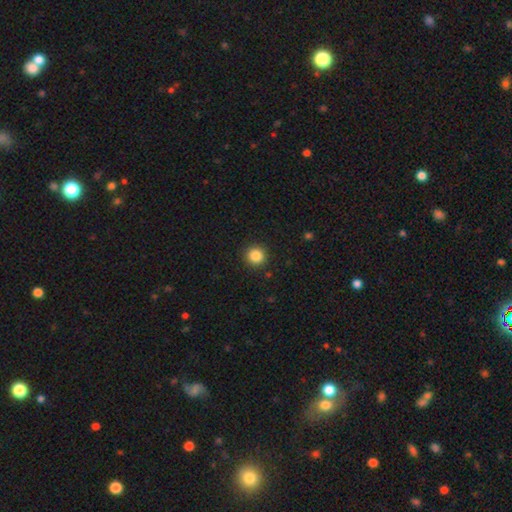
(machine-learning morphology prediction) smooth_or_featured: smooth (p=0.86) [alt: star or artifact p=0.11]
how_rounded: round (p=0.94) [alt: in between p=0.05]
merging: none (p=0.92) [alt: minor disturbance p=0.05]